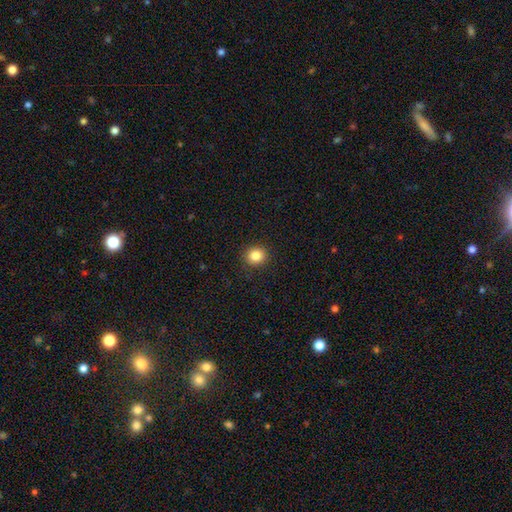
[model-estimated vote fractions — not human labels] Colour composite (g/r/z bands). It shows a smooth galaxy with no disk features (85%) that is round (88%). Merging: none (91%).